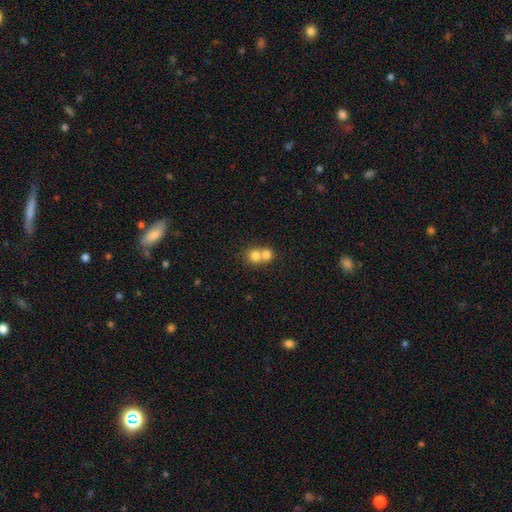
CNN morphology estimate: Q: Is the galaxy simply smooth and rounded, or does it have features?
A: smooth — 76%.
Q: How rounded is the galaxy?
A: round — 81%.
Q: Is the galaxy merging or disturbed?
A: merger — 63%.